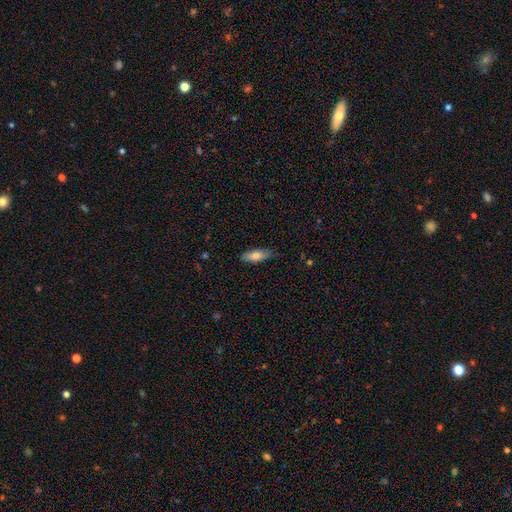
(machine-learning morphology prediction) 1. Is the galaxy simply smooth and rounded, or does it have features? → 74% smooth, 20% featured or disk, 6% star or artifact.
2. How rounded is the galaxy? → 61% in between, 36% cigar-shaped, 2% round.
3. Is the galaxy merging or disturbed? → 80% none, 16% minor disturbance, 3% major disturbance, 1% merger.